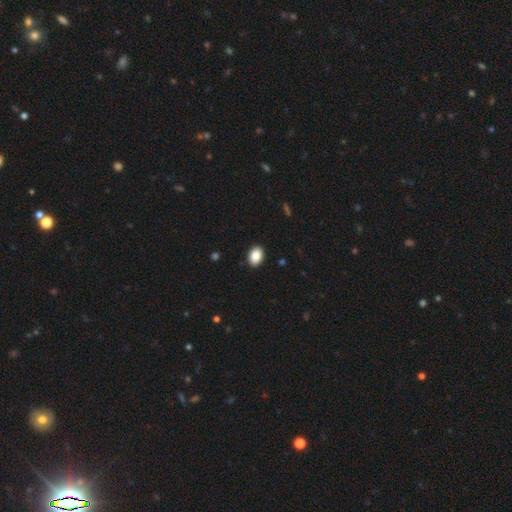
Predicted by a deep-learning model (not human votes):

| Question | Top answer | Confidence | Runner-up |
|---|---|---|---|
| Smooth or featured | smooth | 87% | star or artifact (8%) |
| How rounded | in between | 77% | round (22%) |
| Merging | none | 91% | minor disturbance (6%) |